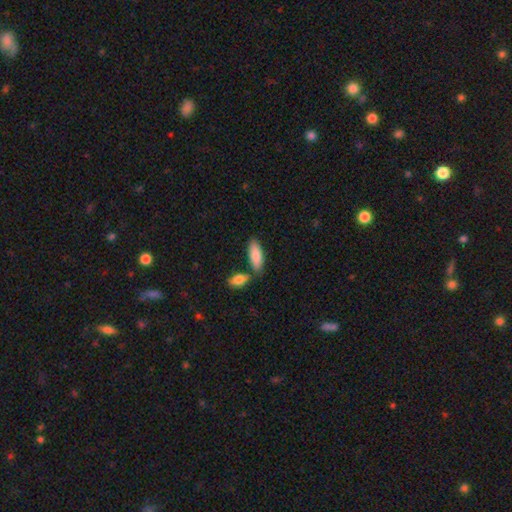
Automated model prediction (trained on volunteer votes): Morphology: type=smooth (85%); roundness=in between (75%); merging=none (66%).